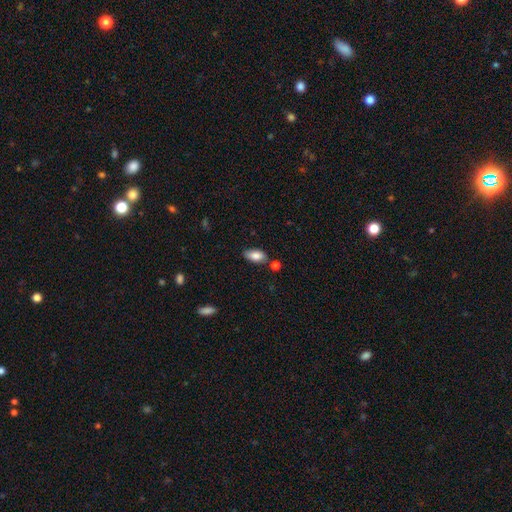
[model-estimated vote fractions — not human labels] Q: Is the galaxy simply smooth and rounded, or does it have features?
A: smooth — 85%.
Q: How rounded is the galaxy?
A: in between — 91%.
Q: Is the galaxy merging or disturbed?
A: none — 74%.